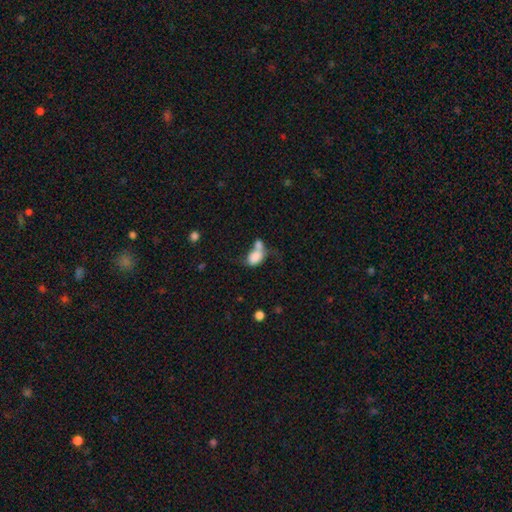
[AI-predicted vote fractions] A smooth galaxy with no disk features (78%) that is in between round and cigar-shaped (78%). Merging: merger (58%).